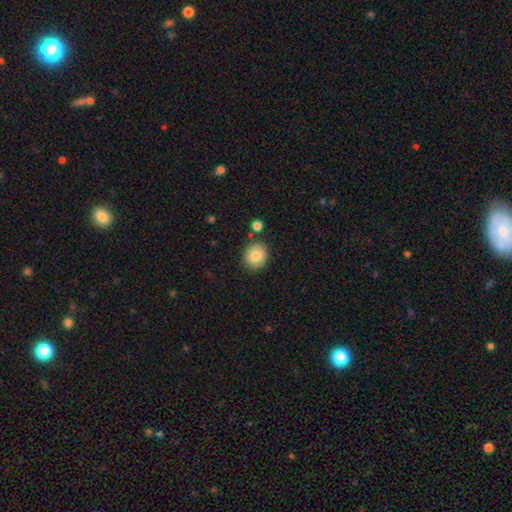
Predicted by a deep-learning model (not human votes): Smooth or featured? smooth (84%)
How rounded? round (75%)
Merging? none (81%)